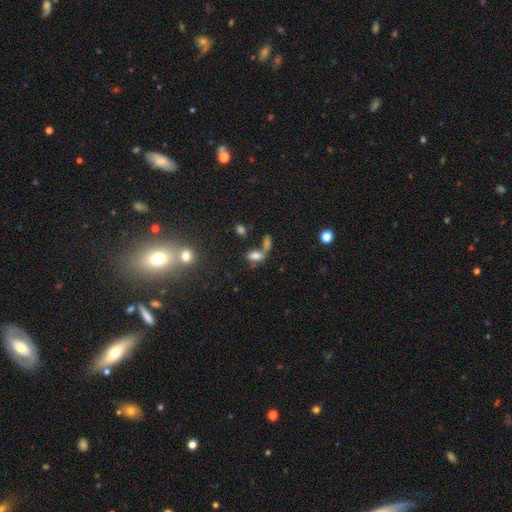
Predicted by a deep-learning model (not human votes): smooth-or-featured: smooth: 72% | star or artifact: 15% | featured or disk: 13%
  how-rounded: in between: 84% | cigar-shaped: 8% | round: 8%
  merging: merger: 45% | none: 35% | minor disturbance: 11% | major disturbance: 8%